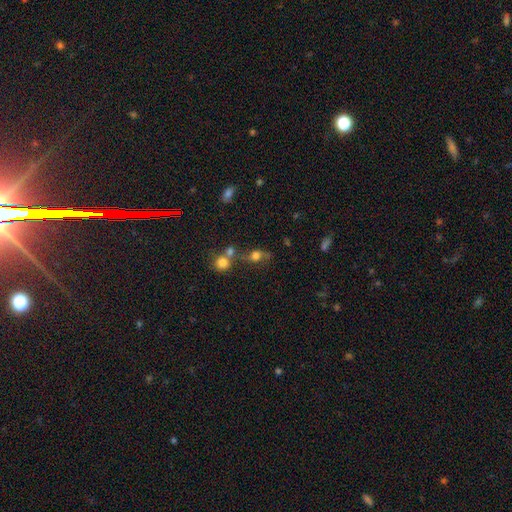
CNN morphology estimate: A smooth galaxy with no disk features (59%) that is round (52%).

Vote fractions:
- Smooth or featured? smooth: 59% / featured or disk: 25% / star or artifact: 17%
- How rounded? round: 52% / in between: 43% / cigar-shaped: 6%
- Merging? none: 48% / merger: 24% / minor disturbance: 17% / major disturbance: 11%